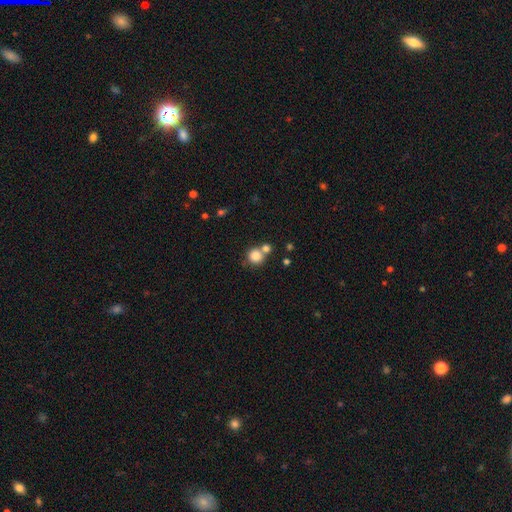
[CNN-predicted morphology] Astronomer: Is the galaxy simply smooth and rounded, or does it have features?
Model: smooth — 83%.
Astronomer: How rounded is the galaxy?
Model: round — 90%.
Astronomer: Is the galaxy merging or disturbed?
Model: none — 56% (runner-up: merger, 32%).